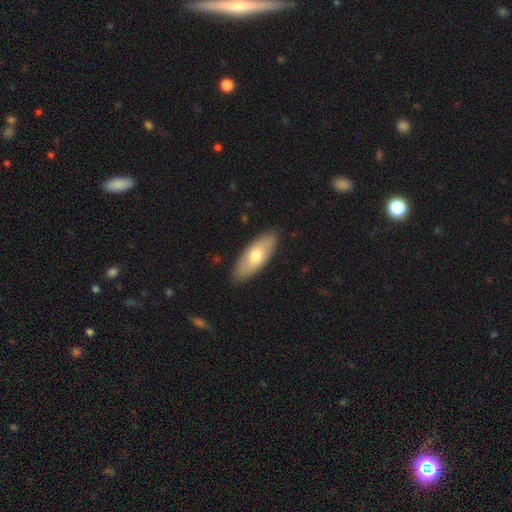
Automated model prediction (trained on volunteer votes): Morphology: type=smooth (67%); roundness=in between (78%); merging=none (87%).